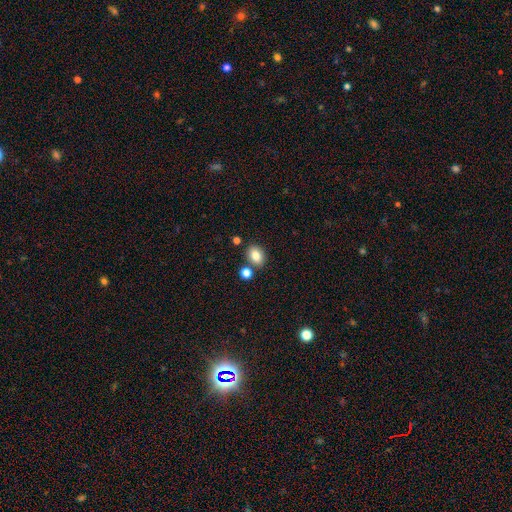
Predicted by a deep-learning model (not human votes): Smooth or featured? smooth (83%)
How rounded? in between (63%)
Merging? none (78%)